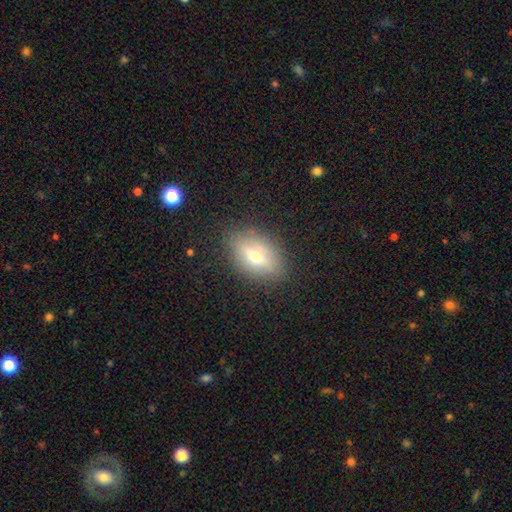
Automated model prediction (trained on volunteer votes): This appears to be a smooth galaxy with no disk features (54%) that is in between round and cigar-shaped (78%). Merging: none (85%).